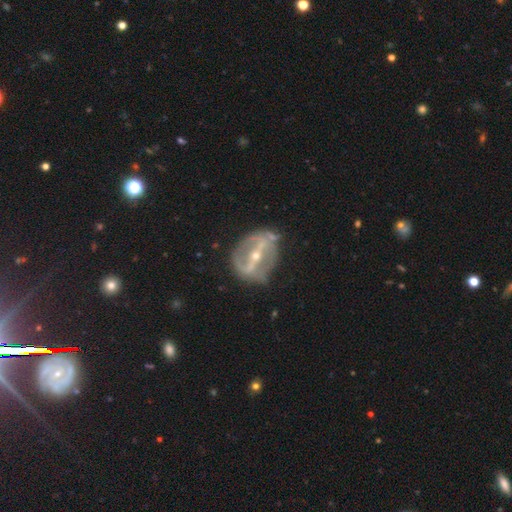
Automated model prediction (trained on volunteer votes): A featured or disk galaxy (83%) with a strong bar (75%), spiral arms (57%) and a small central bulge (62%). Merging: none (62%).